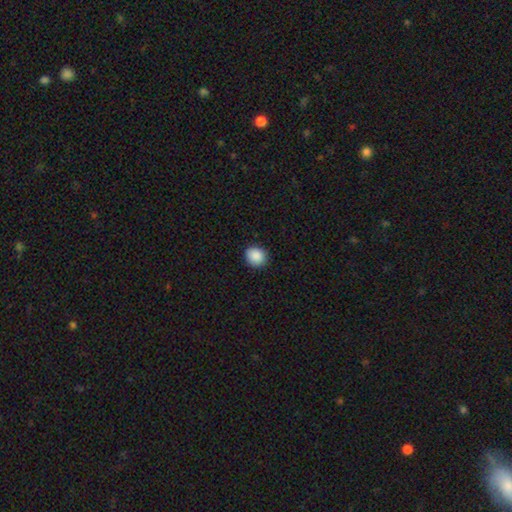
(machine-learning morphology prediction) The model was most divided on "how rounded": round: 78%, in between: 21%, cigar-shaped: 1%. More confident: merging — none (90%); smooth or featured — smooth (89%).